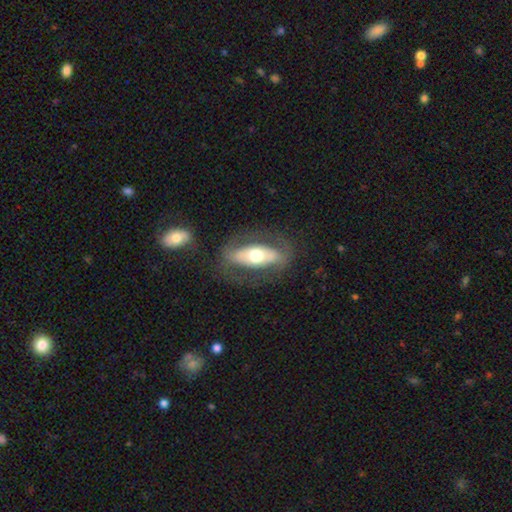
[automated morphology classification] This appears to be a featured or disk galaxy (57%). Merging: none (76%).